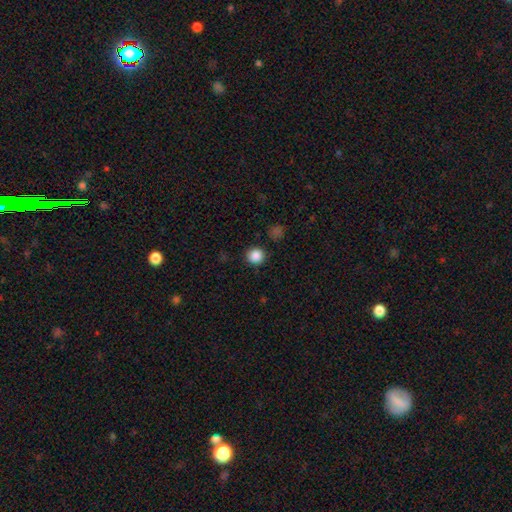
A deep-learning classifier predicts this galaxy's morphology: This is clearly a smooth galaxy (86%). How rounded: clearly round (93%). Merging: clearly none (91%).